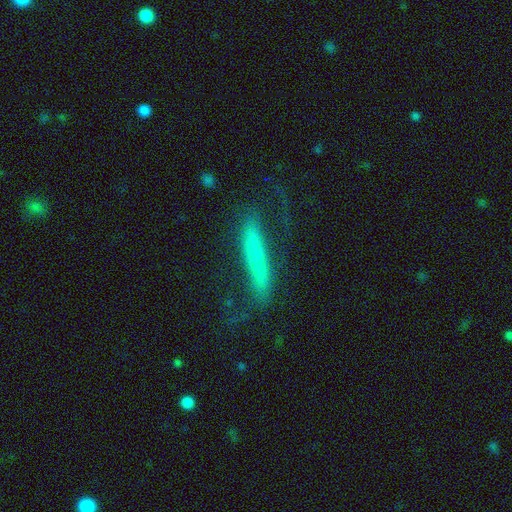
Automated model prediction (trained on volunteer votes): Q: Smooth or featured?
A: featured or disk (51%); runner-up: smooth (40%)
Q: Edge-on disk?
A: yes (64%); runner-up: no (36%)
Q: Merging?
A: none (53%); runner-up: major disturbance (22%)